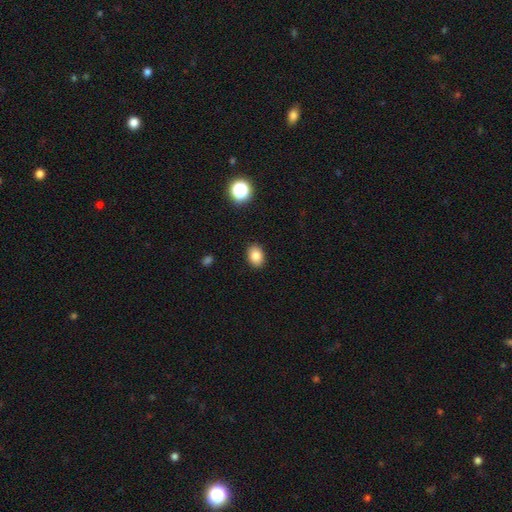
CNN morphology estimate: A smooth galaxy with no disk features (83%) that is in between round and cigar-shaped (74%).

Vote fractions:
- Smooth or featured? smooth: 83% / star or artifact: 10% / featured or disk: 7%
- How rounded? in between: 74% / round: 25% / cigar-shaped: 1%
- Merging? none: 89% / minor disturbance: 8% / major disturbance: 2% / merger: 1%